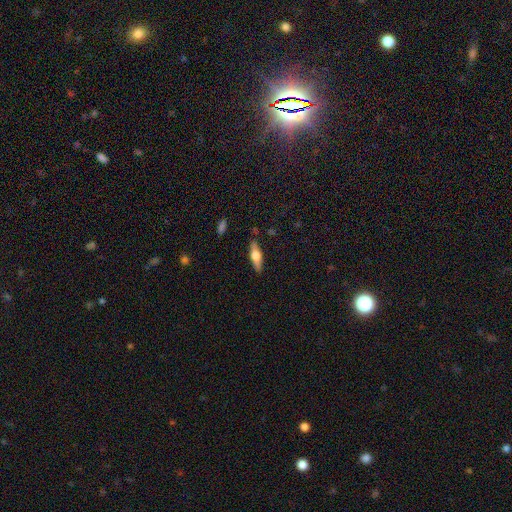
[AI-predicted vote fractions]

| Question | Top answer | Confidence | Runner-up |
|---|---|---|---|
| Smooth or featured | featured or disk | 51% | smooth (43%) |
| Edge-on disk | yes | 92% | no (8%) |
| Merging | none | 86% | minor disturbance (10%) |